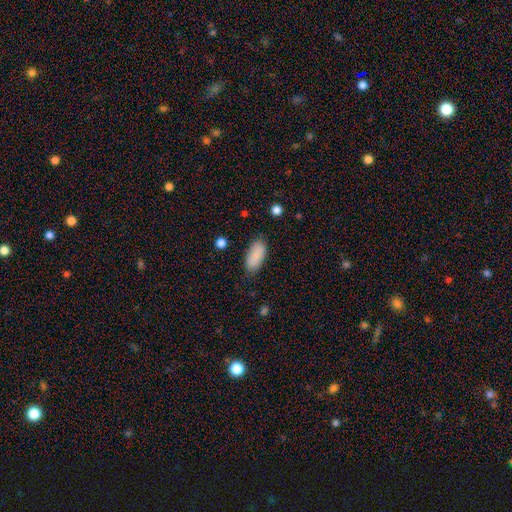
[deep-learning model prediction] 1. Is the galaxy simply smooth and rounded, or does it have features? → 87% smooth, 7% featured or disk, 7% star or artifact.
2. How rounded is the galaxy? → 90% in between, 8% cigar-shaped, 2% round.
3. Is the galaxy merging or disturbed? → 79% none, 15% minor disturbance, 4% major disturbance, 2% merger.